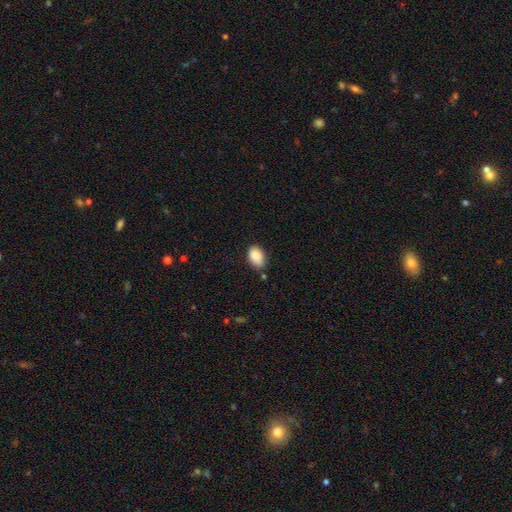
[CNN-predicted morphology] Overall: smooth (86%). How rounded: in between (86%). Merging: none (70%).